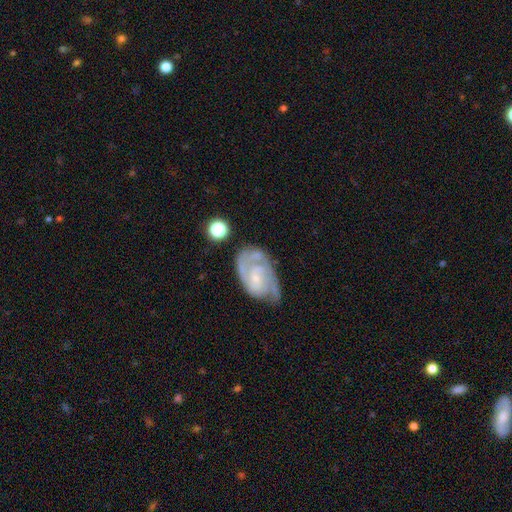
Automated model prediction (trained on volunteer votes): The model was most divided on "spiral winding": tight: 49%, medium: 40%, loose: 11%. More confident: edge-on disk — no (97%); spiral arms — yes (93%); smooth or featured — featured or disk (82%); bulge size — small (70%); spiral arm count — 2 (56%); bar — no (55%); merging — none (55%).